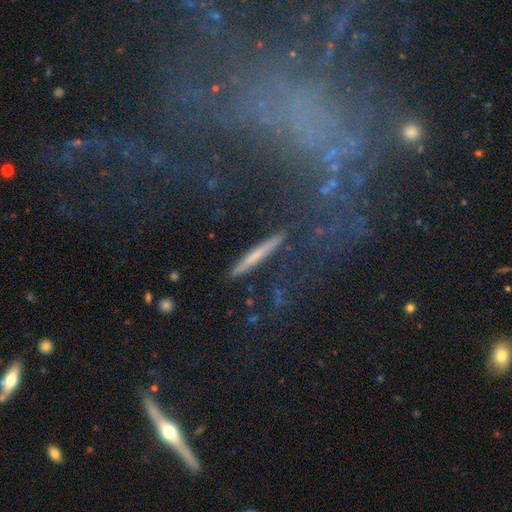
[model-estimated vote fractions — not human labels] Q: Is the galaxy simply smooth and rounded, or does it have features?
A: smooth — 46%.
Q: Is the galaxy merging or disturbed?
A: none — 84%.